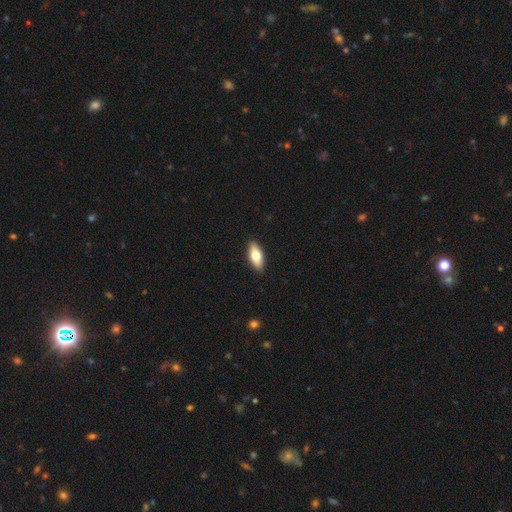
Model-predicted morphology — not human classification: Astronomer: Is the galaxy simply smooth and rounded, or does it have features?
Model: smooth — 65%.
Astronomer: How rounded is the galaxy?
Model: in between — 77%.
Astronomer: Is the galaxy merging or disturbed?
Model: none — 90%.